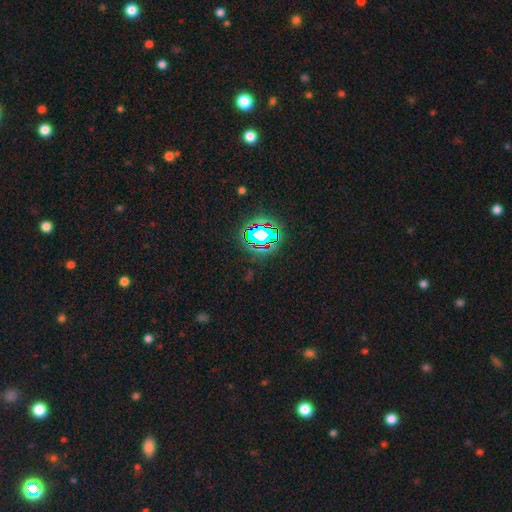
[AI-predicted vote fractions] star or artifact 78%, smooth 14%, featured or disk 8%.